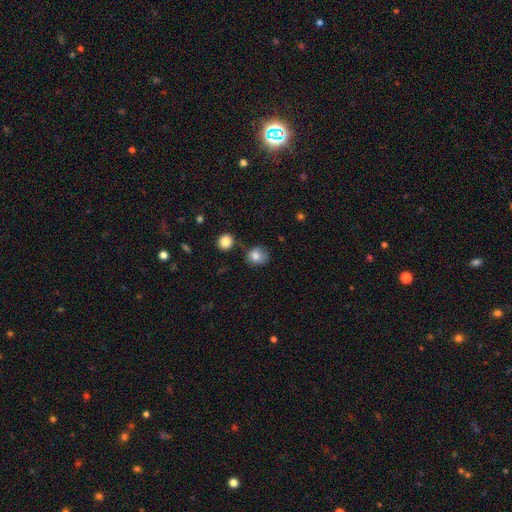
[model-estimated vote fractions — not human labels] Smooth or featured: smooth — 81% (star or artifact — 10%)
How rounded: round — 70% (in between — 29%)
Merging: none — 63% (minor disturbance — 23%)